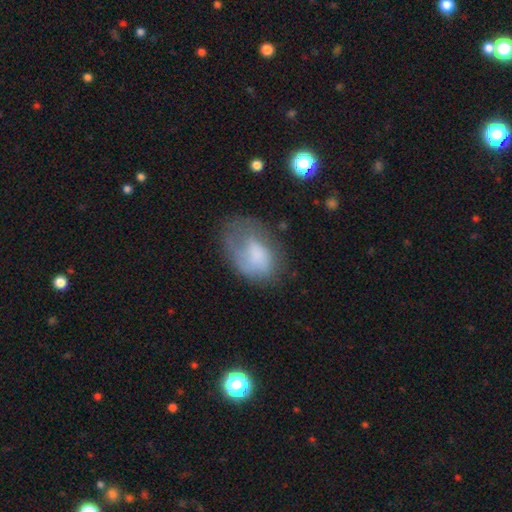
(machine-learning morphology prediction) type=smooth (58%); roundness=in between (83%); merging=none (38%).